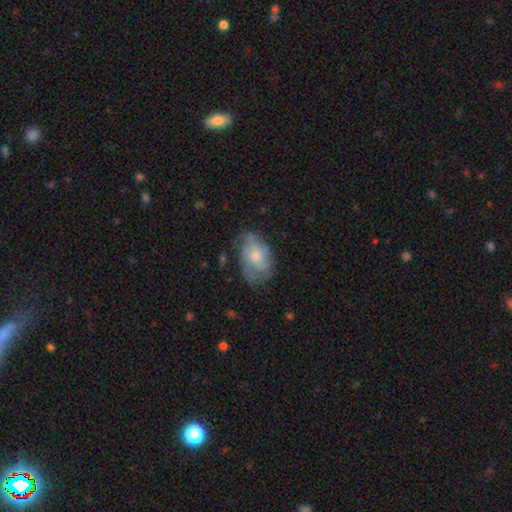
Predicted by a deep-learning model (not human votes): Q: Smooth or featured?
A: featured or disk (48%); runner-up: smooth (45%)
Q: Merging?
A: none (61%); runner-up: minor disturbance (27%)